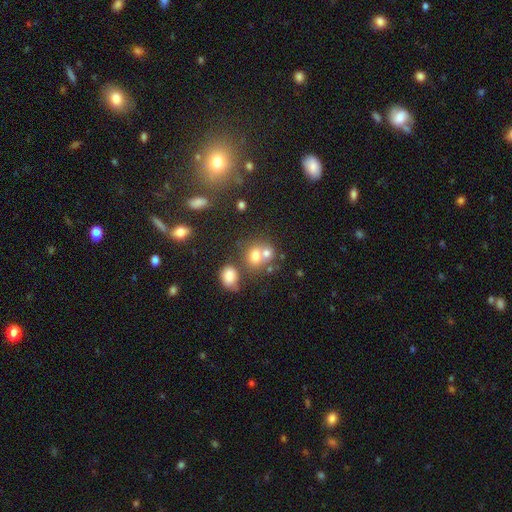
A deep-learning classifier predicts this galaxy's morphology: Q: Smooth or featured?
A: smooth (69%); runner-up: featured or disk (17%)
Q: How rounded?
A: round (68%); runner-up: in between (31%)
Q: Merging?
A: merger (55%); runner-up: none (33%)